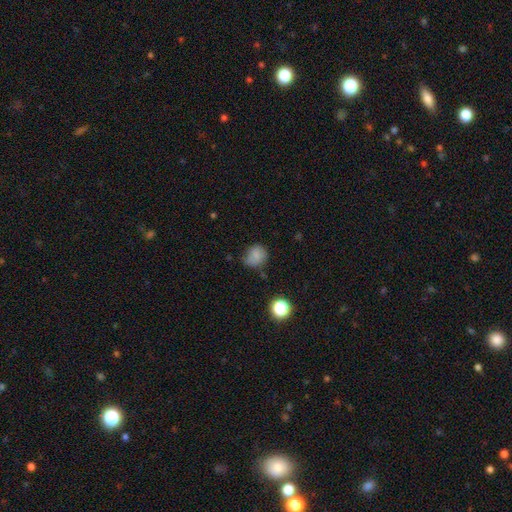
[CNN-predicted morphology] Smooth or featured? Predicted: smooth (p=0.77). How rounded? Predicted: round (p=0.69). Merging? Predicted: none (p=0.57).